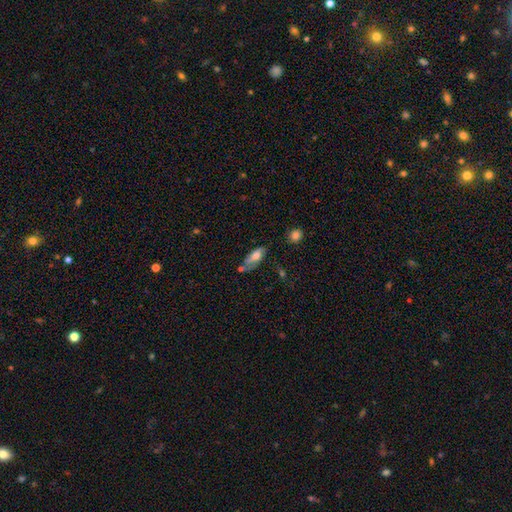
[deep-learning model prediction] smooth_or_featured: smooth (p=0.61) [alt: featured or disk p=0.32]
how_rounded: in between (p=0.78) [alt: cigar-shaped p=0.20]
merging: none (p=0.41) [alt: minor disturbance p=0.31]